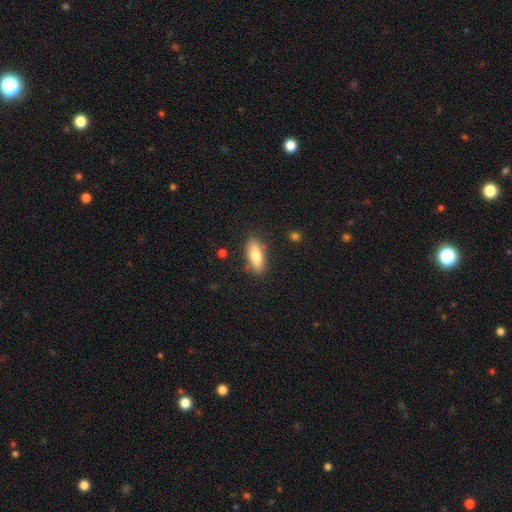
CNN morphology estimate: A smooth galaxy with no disk features (75%) that is in between round and cigar-shaped (71%). Merging: none (83%).